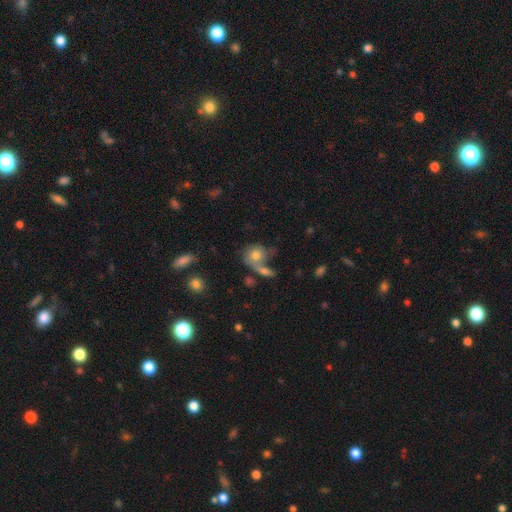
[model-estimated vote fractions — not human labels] Q: Smooth or featured?
A: smooth (69%); runner-up: featured or disk (21%)
Q: How rounded?
A: round (63%); runner-up: in between (35%)
Q: Merging?
A: merger (37%); runner-up: none (36%)